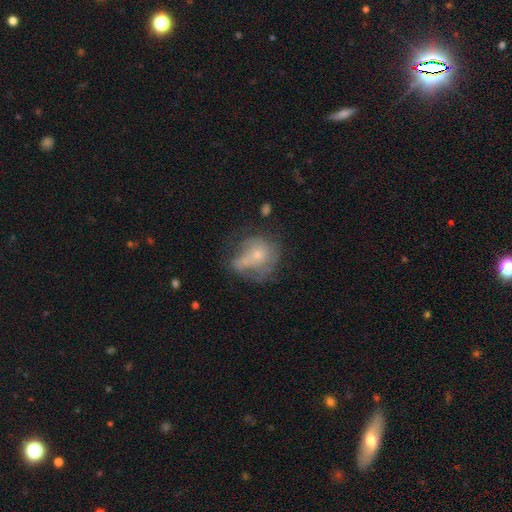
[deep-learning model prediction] This is possibly a featured or disk galaxy (50%). Merging: marginally none (35%).